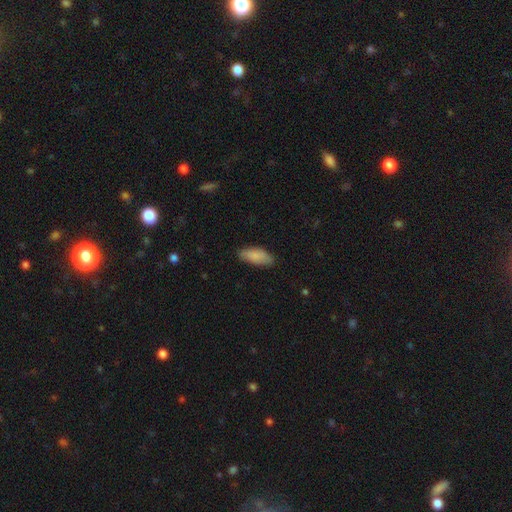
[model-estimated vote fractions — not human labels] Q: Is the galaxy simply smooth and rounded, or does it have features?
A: smooth — 83%.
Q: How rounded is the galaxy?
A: in between — 79%.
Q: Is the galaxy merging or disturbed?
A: none — 78%.